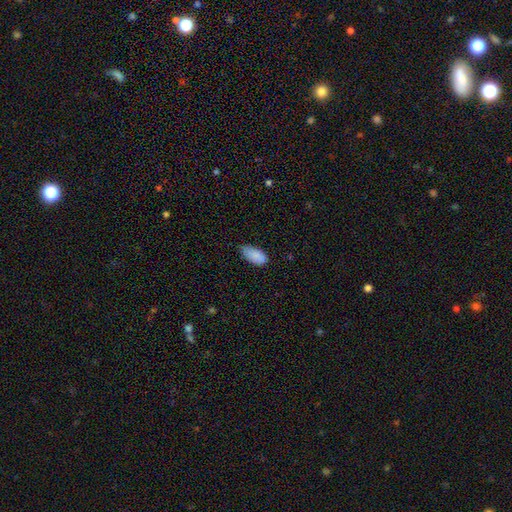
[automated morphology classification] A smooth galaxy with no disk features (87%) that is in between round and cigar-shaped (94%).

Vote fractions:
- Smooth or featured? smooth: 87% / star or artifact: 7% / featured or disk: 6%
- How rounded? in between: 94% / cigar-shaped: 4% / round: 2%
- Merging? none: 51% / minor disturbance: 42% / major disturbance: 6% / merger: 1%